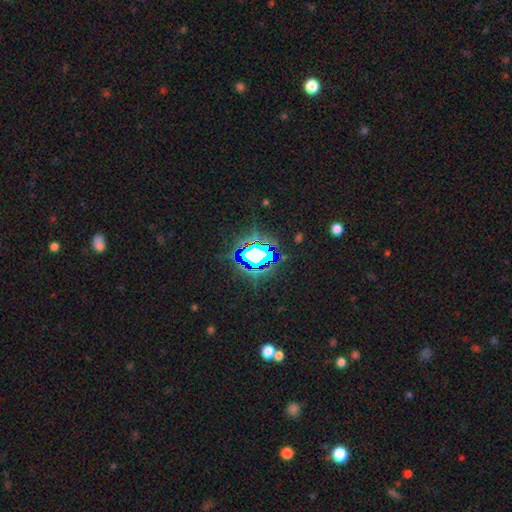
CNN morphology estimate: Overall: star or artifact (73%).